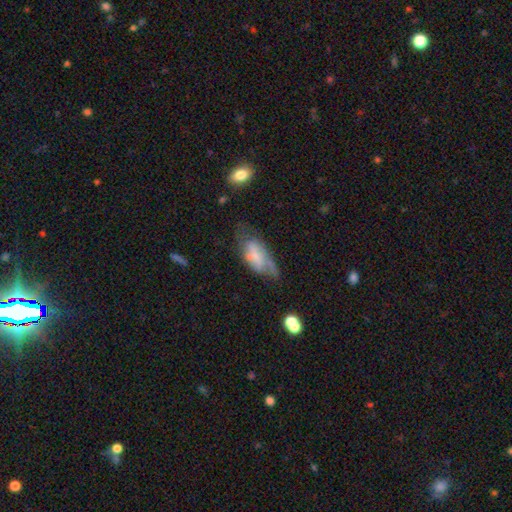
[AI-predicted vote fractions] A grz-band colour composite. It shows a smooth galaxy with no disk features (48%). Merging: none (34%).